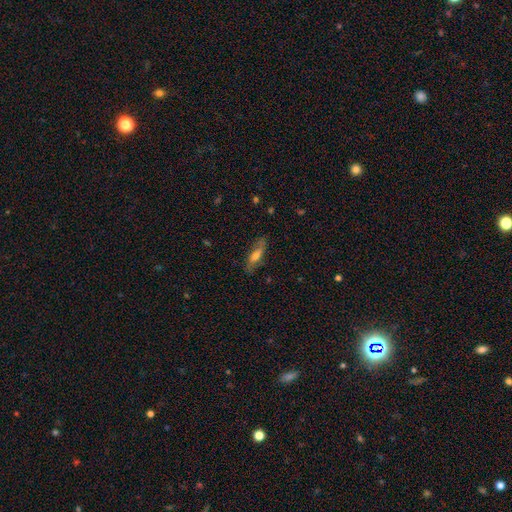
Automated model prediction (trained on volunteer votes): This is possibly a smooth galaxy (49%). Merging: likely none (78%).